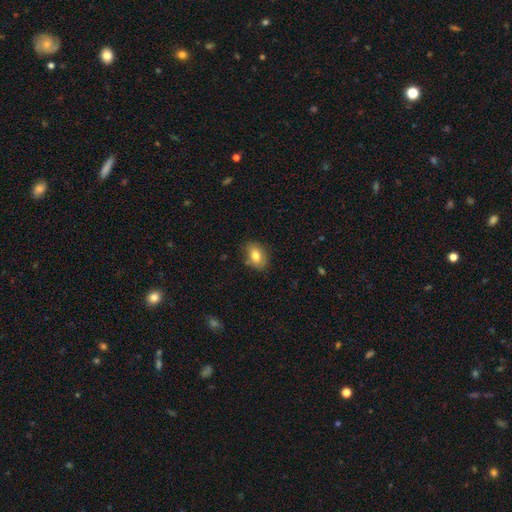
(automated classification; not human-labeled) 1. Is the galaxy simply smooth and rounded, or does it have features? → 79% smooth, 13% featured or disk, 8% star or artifact.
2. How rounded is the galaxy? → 81% in between, 18% round, 1% cigar-shaped.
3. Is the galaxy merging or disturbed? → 80% none, 15% minor disturbance, 3% major disturbance, 2% merger.